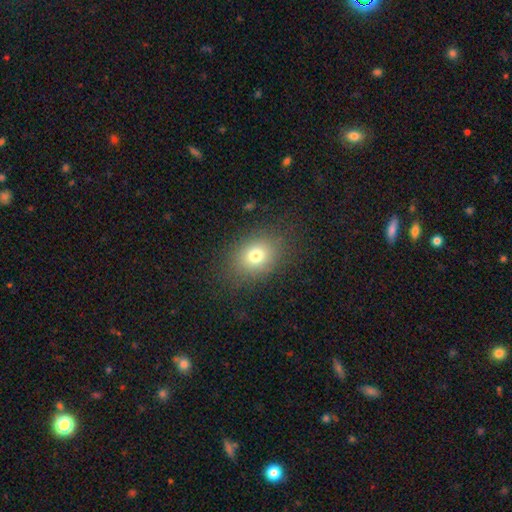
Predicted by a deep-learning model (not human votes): Overall: smooth (75%). How rounded: in between (54%; round 45%). Merging: none (83%).